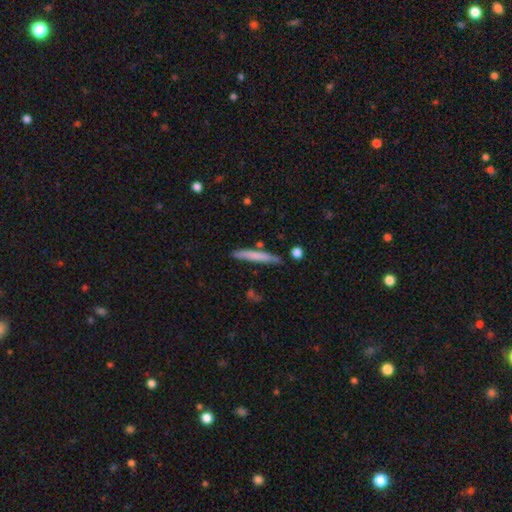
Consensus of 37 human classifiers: Volunteers were most divided on "smooth or featured": smooth: 78%, featured or disk: 19%, star or artifact: 3%. More confident: how rounded — cigar-shaped (97%); merging — none (81%).